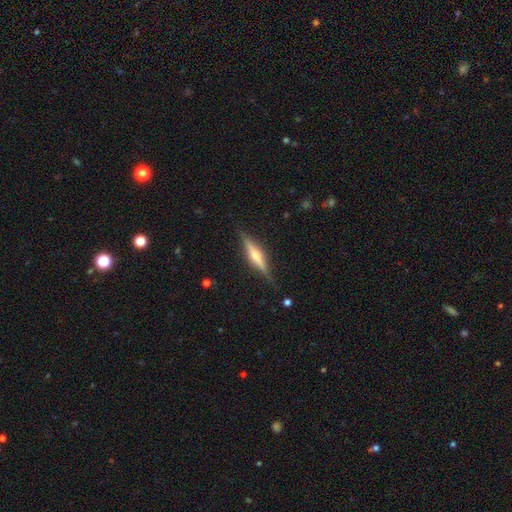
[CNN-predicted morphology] The model was most divided on "smooth or featured": featured or disk: 68%, smooth: 26%, star or artifact: 6%. More confident: edge-on disk — yes (96%); merging — none (86%); edge-on bulge — rounded (80%).